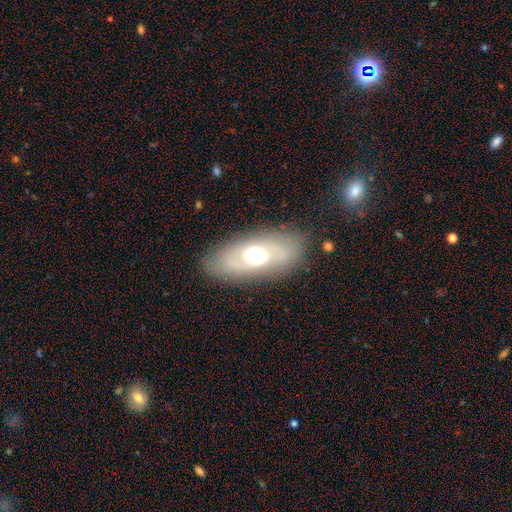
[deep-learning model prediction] The model was most divided on "smooth or featured": featured or disk: 46%, smooth: 45%, star or artifact: 10%. More confident: merging — none (84%).